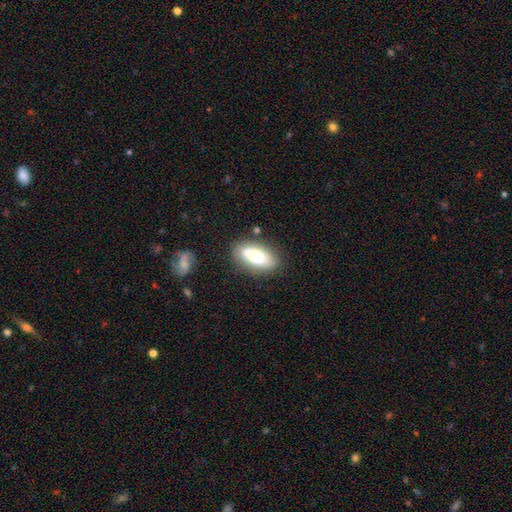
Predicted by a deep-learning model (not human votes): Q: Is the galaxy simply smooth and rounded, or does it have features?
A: smooth — 60%.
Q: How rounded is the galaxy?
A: in between — 90%.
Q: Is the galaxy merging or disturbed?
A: none — 74%.